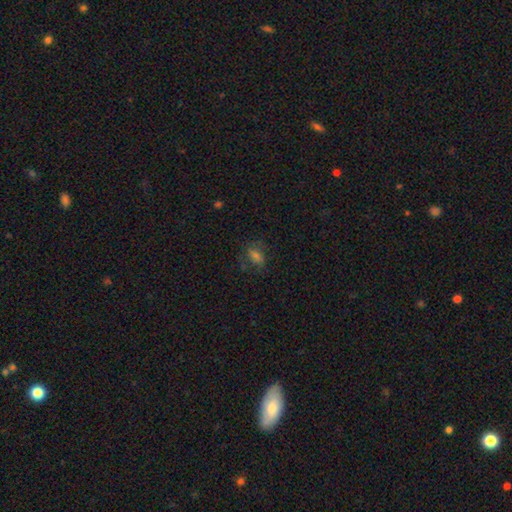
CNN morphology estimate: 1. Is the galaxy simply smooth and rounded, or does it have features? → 56% smooth, 23% star or artifact, 20% featured or disk.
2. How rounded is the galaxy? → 71% in between, 25% round, 4% cigar-shaped.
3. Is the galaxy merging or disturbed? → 69% none, 19% minor disturbance, 11% major disturbance, 2% merger.